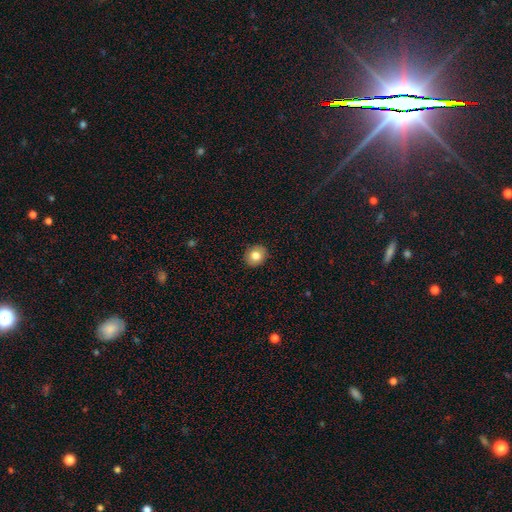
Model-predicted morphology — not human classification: Overall: smooth (82%). How rounded: round (71%). Merging: none (91%).